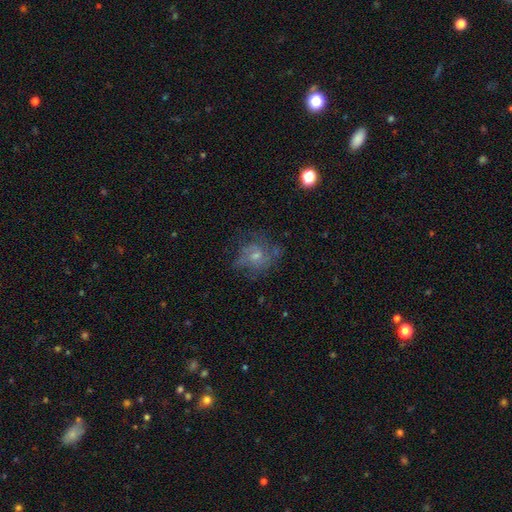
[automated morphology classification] This appears to be a featured or disk galaxy (56%) with no bar (74%), spiral arms (76%) and a small central bulge (50%). Merging: none (64%).